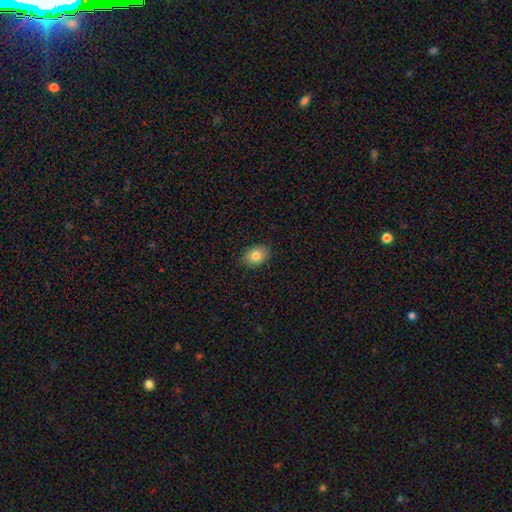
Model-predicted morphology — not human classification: type=smooth (83%); roundness=in between (72%); merging=none (88%).